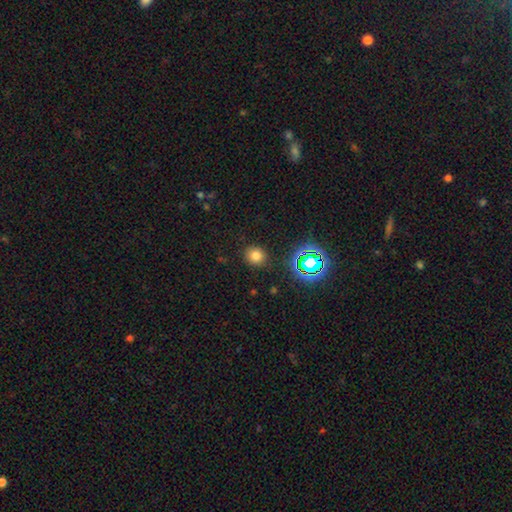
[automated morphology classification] The model was most divided on "smooth or featured": smooth: 73%, star or artifact: 20%, featured or disk: 7%. More confident: merging — none (88%); how rounded — round (82%).